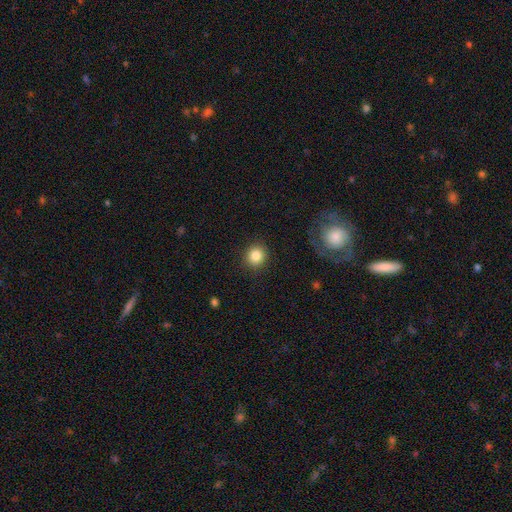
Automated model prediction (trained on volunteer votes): smooth-or-featured: smooth: 85% | star or artifact: 10% | featured or disk: 5%
  how-rounded: round: 87% | in between: 12% | cigar-shaped: 1%
  merging: none: 90% | minor disturbance: 7% | major disturbance: 2% | merger: 1%